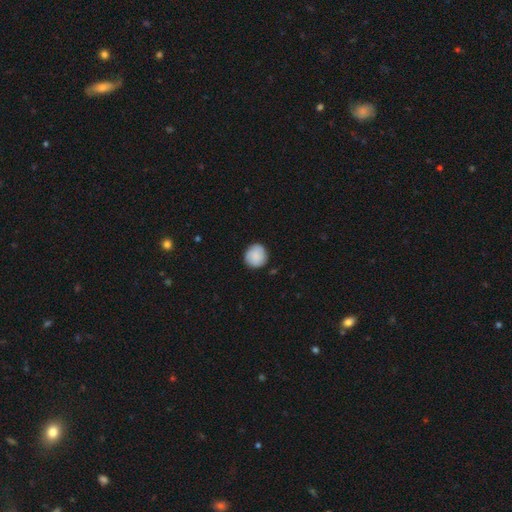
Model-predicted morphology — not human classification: type=smooth (83%); roundness=round (92%); merging=none (87%).